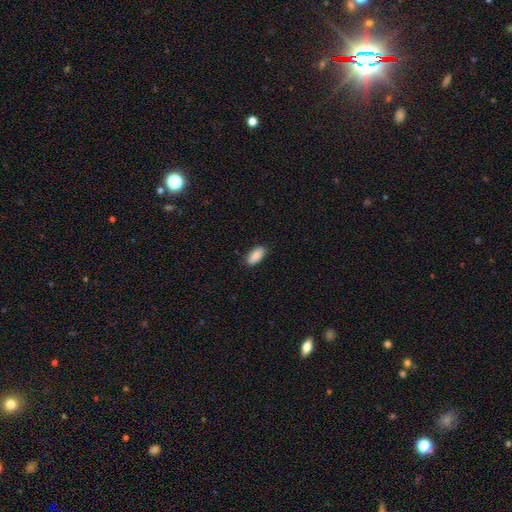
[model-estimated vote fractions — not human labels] Q: Smooth or featured?
A: smooth (89%); runner-up: star or artifact (6%)
Q: How rounded?
A: in between (91%); runner-up: cigar-shaped (7%)
Q: Merging?
A: none (86%); runner-up: minor disturbance (11%)